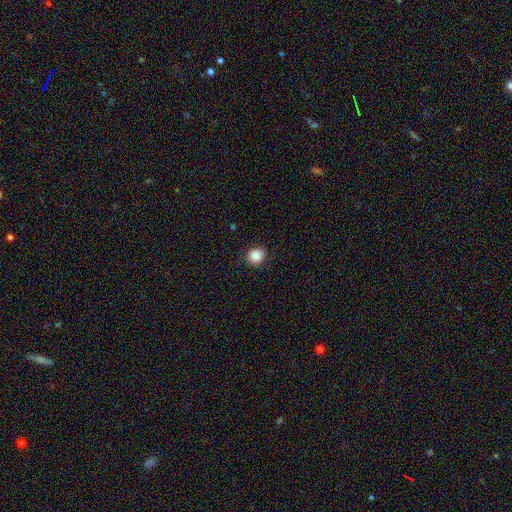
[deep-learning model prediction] Overall: smooth (86%). How rounded: round (83%). Merging: none (86%).